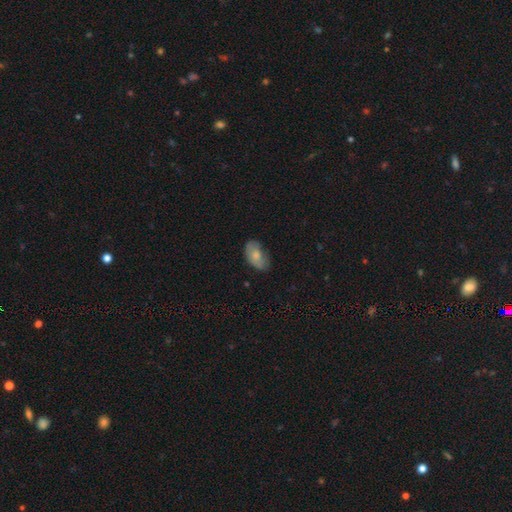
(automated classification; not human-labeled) This appears to be a smooth galaxy with no disk features (70%) that is in between round and cigar-shaped (92%). Merging: none (59%).